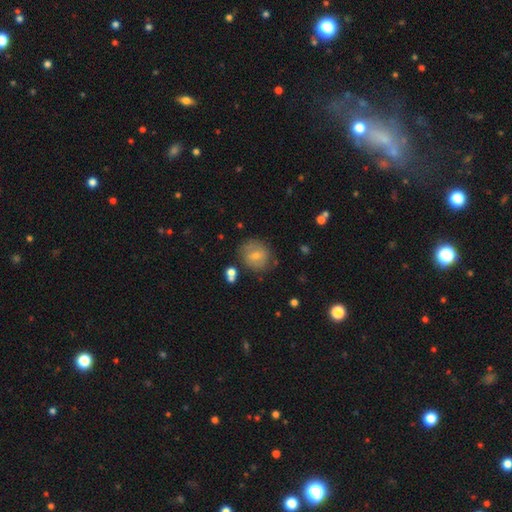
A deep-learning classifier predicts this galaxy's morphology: Smooth or featured: smooth — 63% (featured or disk — 29%)
How rounded: round — 80% (in between — 19%)
Merging: none — 73% (minor disturbance — 17%)